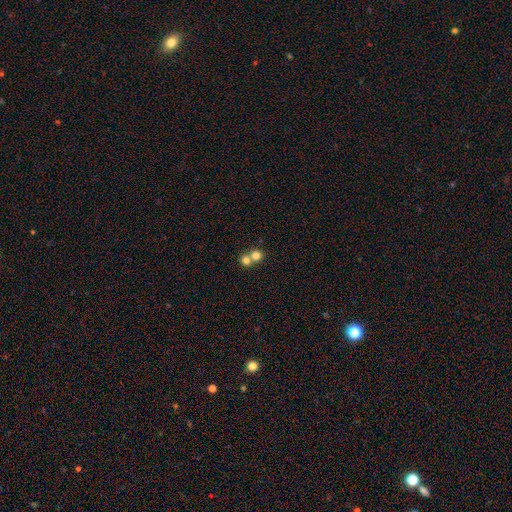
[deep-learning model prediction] Q: Smooth or featured?
A: smooth (78%); runner-up: star or artifact (11%)
Q: How rounded?
A: round (86%); runner-up: in between (13%)
Q: Merging?
A: merger (55%); runner-up: none (39%)